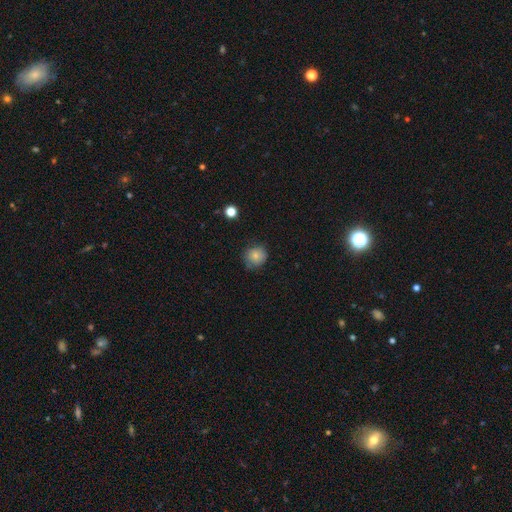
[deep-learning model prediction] Smooth or featured?
  - smooth: 80% *
  - star or artifact: 10%
  - featured or disk: 10%
How rounded?
  - round: 85% *
  - in between: 14%
  - cigar-shaped: 1%
Merging?
  - none: 73% *
  - minor disturbance: 21%
  - major disturbance: 4%
  - merger: 1%